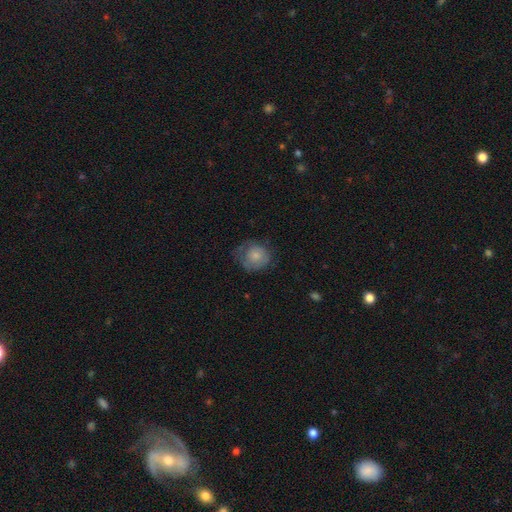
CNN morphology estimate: Overall: smooth (71%). How rounded: round (81%). Merging: none (52%; minor disturbance 28%).